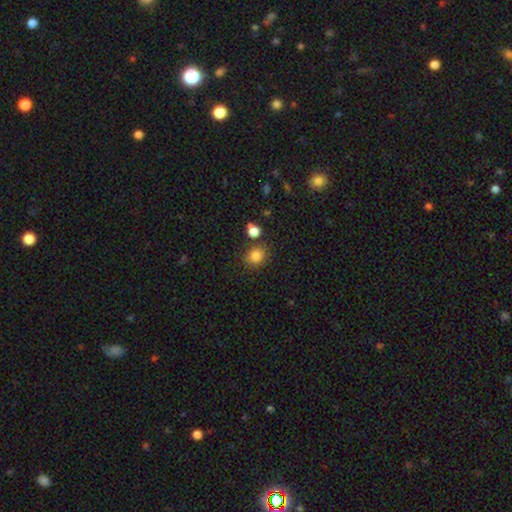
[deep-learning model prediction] Smooth or featured? Predicted: smooth (p=0.84). How rounded? Predicted: round (p=0.65). Merging? Predicted: none (p=0.77).